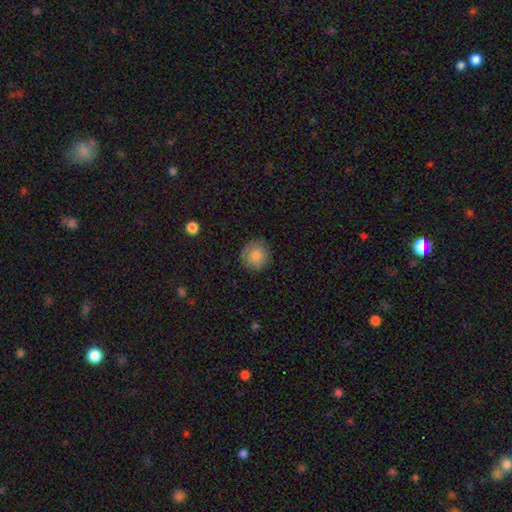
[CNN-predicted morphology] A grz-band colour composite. It shows a smooth galaxy with no disk features (80%) that is round (90%). Merging: none (85%).